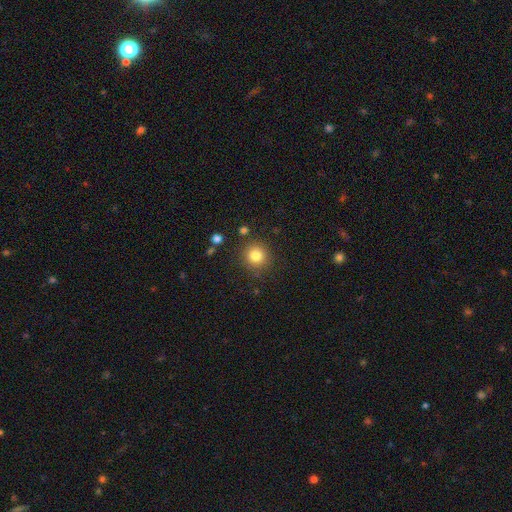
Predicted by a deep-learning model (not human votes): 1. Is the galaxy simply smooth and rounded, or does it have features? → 82% smooth, 11% star or artifact, 6% featured or disk.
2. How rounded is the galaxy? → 93% round, 6% in between, 1% cigar-shaped.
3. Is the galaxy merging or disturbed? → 86% none, 8% minor disturbance, 3% merger, 3% major disturbance.